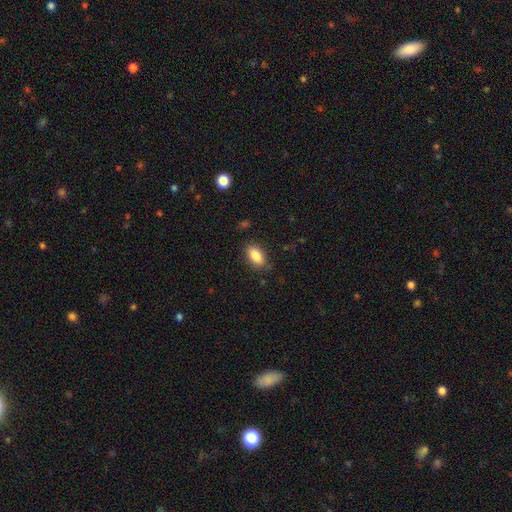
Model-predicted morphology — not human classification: smooth-or-featured: smooth: 87% | star or artifact: 7% | featured or disk: 5%
  how-rounded: in between: 91% | cigar-shaped: 5% | round: 4%
  merging: none: 83% | minor disturbance: 13% | major disturbance: 3% | merger: 1%